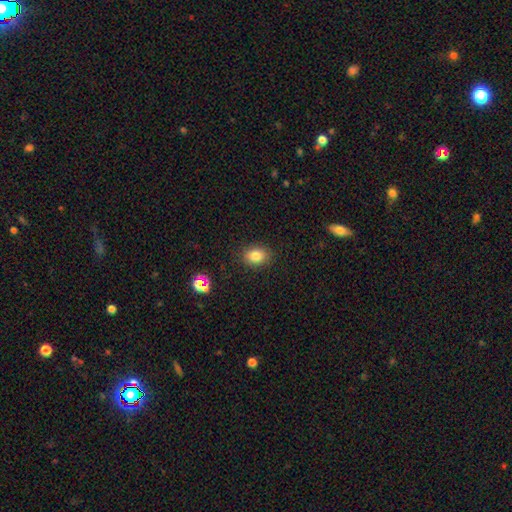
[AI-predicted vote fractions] Overall: smooth (82%). How rounded: in between (64%; round 35%). Merging: none (87%).